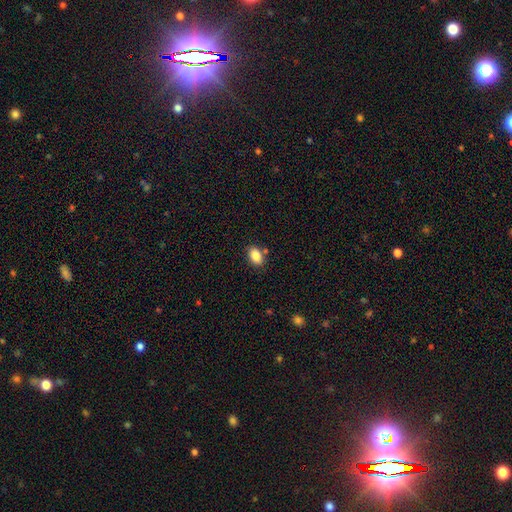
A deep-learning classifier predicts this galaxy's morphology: Smooth or featured? smooth (86%)
How rounded? in between (87%)
Merging? none (81%)